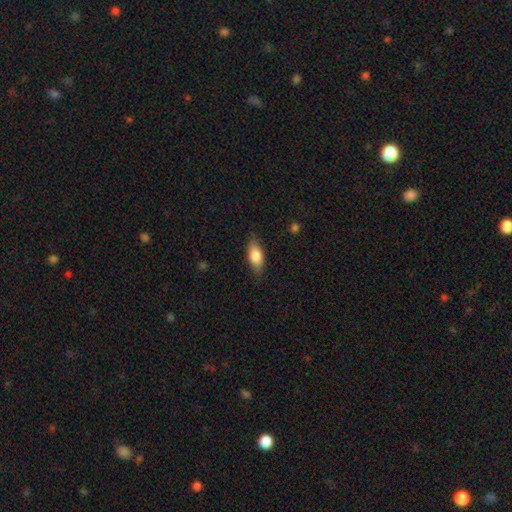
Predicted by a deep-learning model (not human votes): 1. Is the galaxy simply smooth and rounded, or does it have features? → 78% smooth, 15% featured or disk, 7% star or artifact.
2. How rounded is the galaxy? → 82% in between, 15% cigar-shaped, 3% round.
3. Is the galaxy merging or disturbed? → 83% none, 13% minor disturbance, 3% major disturbance, 1% merger.